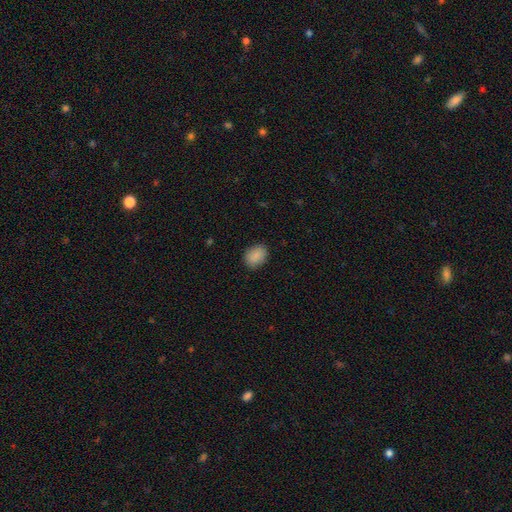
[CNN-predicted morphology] A smooth galaxy with no disk features (89%) that is in between round and cigar-shaped (67%). Merging: none (85%).